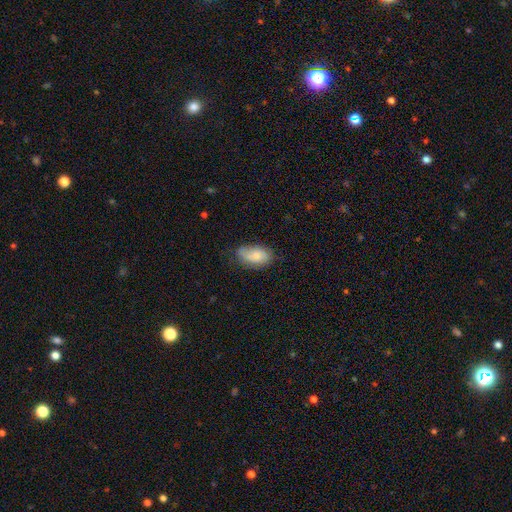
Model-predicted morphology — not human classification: smooth 70%, featured or disk 23%, star or artifact 7%. Down the decision tree: how rounded — in between (92%); merging — none (58%).